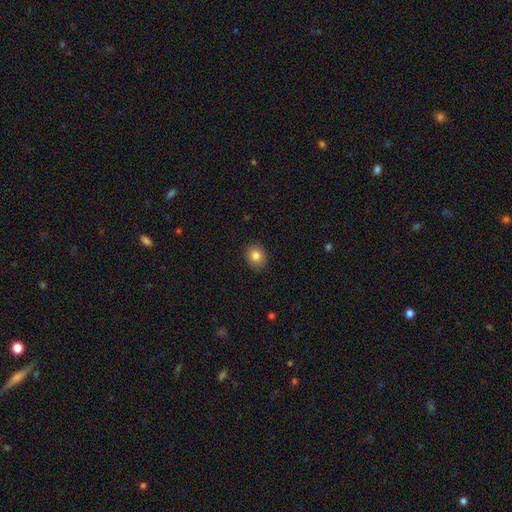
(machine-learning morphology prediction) Smooth or featured? smooth (83%)
How rounded? round (60%)
Merging? none (89%)